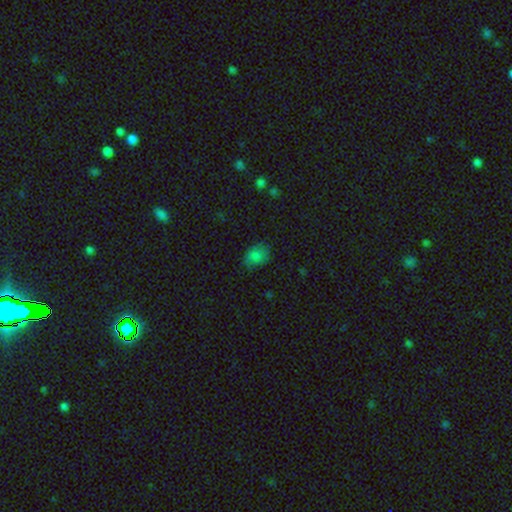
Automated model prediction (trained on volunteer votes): Smooth or featured? smooth (80%)
How rounded? in between (65%)
Merging? none (65%)